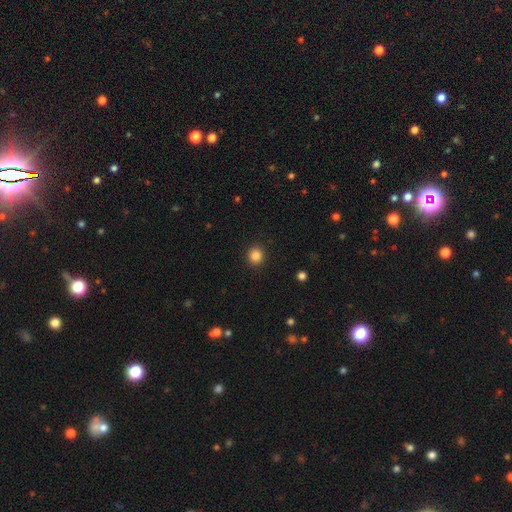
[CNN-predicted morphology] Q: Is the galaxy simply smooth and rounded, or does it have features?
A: smooth — 85%.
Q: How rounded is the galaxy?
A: round — 88%.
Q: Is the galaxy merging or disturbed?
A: none — 92%.